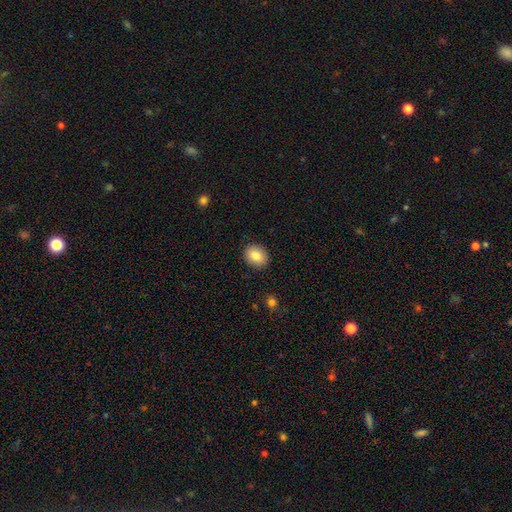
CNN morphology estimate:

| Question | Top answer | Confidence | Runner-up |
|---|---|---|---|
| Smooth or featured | smooth | 84% | featured or disk (8%) |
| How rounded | in between | 51% | round (48%) |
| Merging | none | 89% | minor disturbance (8%) |